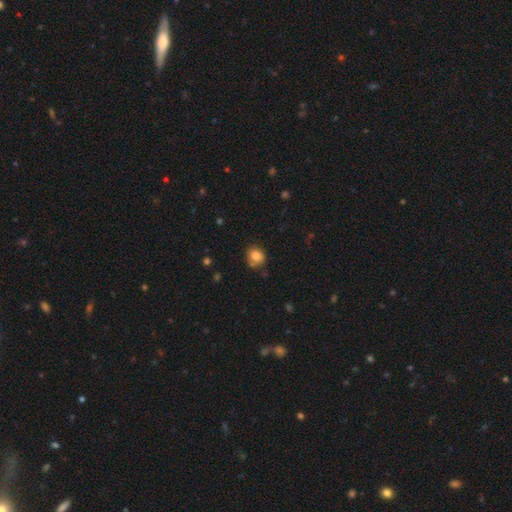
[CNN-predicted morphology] Smooth or featured? smooth (79%)
How rounded? round (80%)
Merging? none (75%)